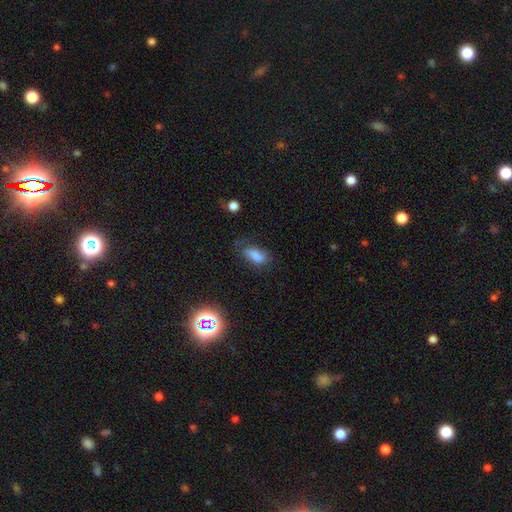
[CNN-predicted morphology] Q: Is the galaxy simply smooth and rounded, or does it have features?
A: smooth — 78%.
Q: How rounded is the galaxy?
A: in between — 83%.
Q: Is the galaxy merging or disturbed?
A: none — 52%.